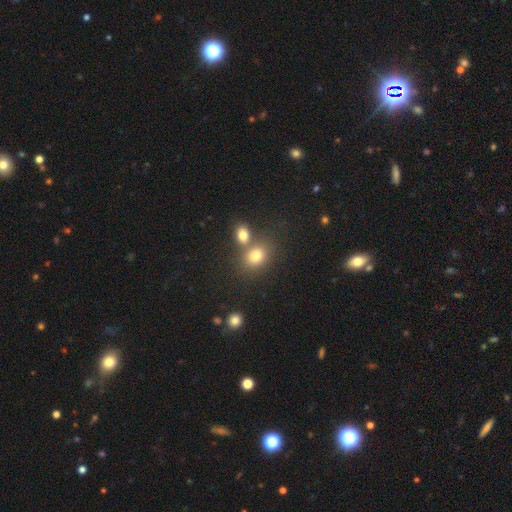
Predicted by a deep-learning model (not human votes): A smooth galaxy with no disk features (77%) that is in between round and cigar-shaped (57%). Merging: none (49%).